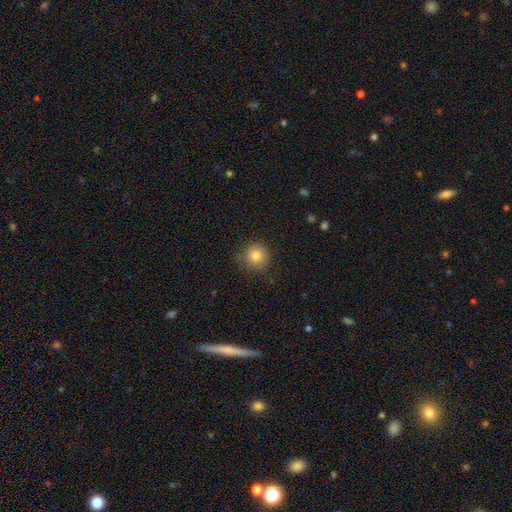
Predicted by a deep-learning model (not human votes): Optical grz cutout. It shows a smooth galaxy with no disk features (82%) that is round (91%). Merging: none (78%).